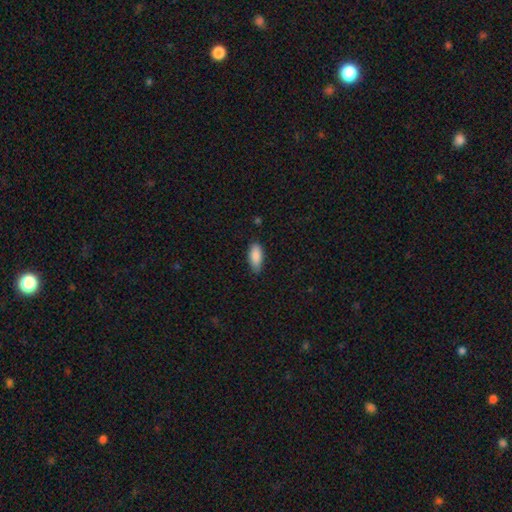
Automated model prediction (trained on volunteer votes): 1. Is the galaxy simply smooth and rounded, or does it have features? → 88% smooth, 6% star or artifact, 6% featured or disk.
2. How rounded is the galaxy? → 86% in between, 13% cigar-shaped, 2% round.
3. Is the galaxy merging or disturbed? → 79% none, 17% minor disturbance, 3% major disturbance, 1% merger.